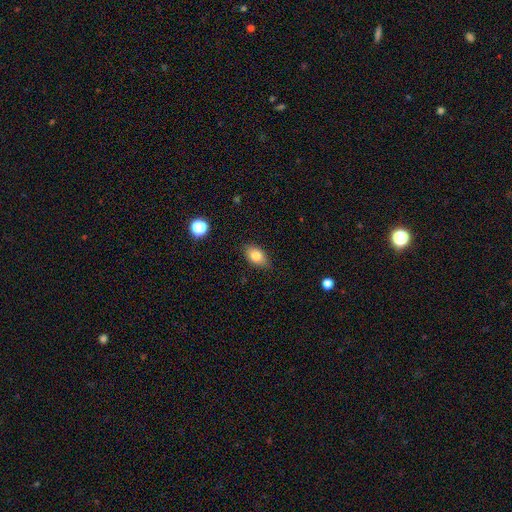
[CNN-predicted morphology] A smooth galaxy with no disk features (81%) that is in between round and cigar-shaped (86%). Merging: none (83%).